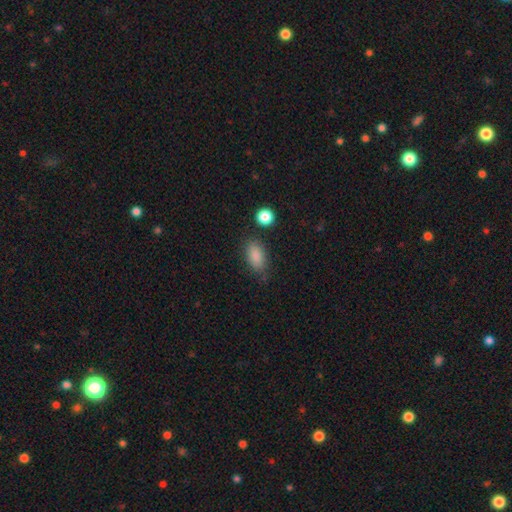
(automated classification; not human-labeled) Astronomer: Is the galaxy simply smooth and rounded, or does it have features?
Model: smooth — 86%.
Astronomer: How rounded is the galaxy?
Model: in between — 88%.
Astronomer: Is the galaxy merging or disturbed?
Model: none — 78%.